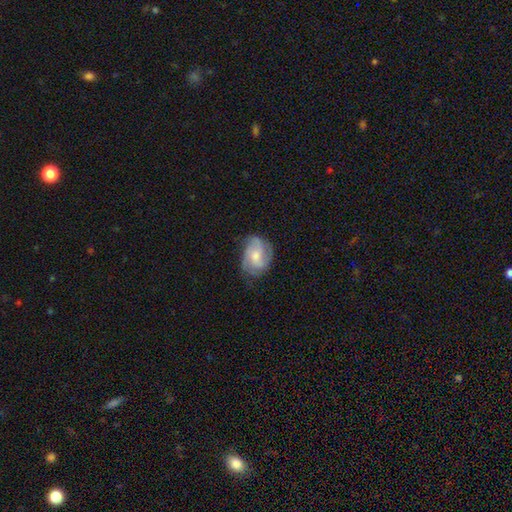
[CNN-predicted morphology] Q: Smooth or featured?
A: featured or disk (66%); runner-up: smooth (28%)
Q: Edge-on disk?
A: no (98%); runner-up: yes (2%)
Q: Bar?
A: no (58%); runner-up: weak (36%)
Q: Spiral arms?
A: yes (91%); runner-up: no (9%)
Q: Spiral winding?
A: medium (48%); runner-up: tight (29%)
Q: Spiral arm count?
A: 3 (43%); runner-up: 2 (24%)
Q: Bulge size?
A: moderate (51%); runner-up: small (35%)
Q: Merging?
A: none (64%); runner-up: minor disturbance (25%)